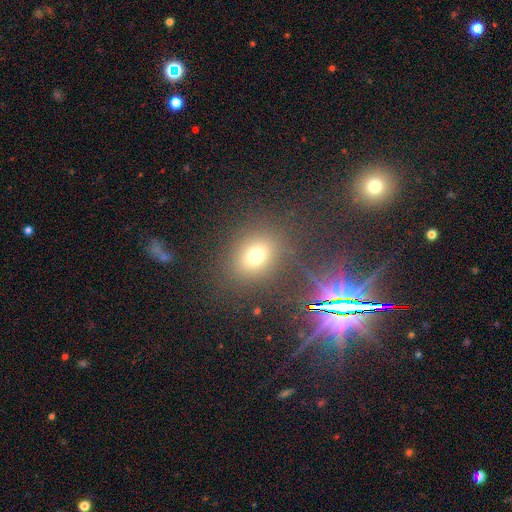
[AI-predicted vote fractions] Smooth or featured: smooth — 65% (star or artifact — 24%)
How rounded: round — 61% (in between — 38%)
Merging: none — 83% (minor disturbance — 9%)